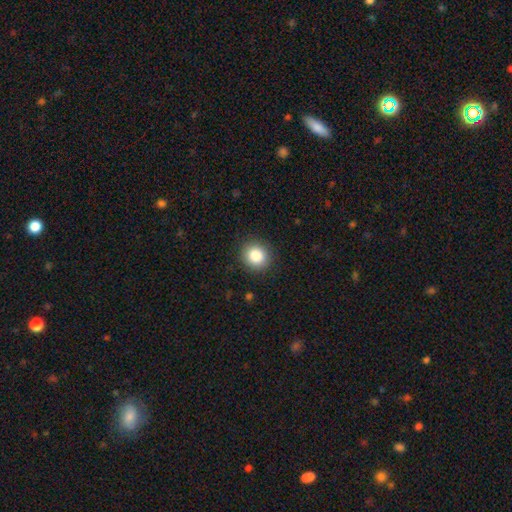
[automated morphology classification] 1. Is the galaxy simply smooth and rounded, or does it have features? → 84% smooth, 10% star or artifact, 5% featured or disk.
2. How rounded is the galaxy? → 89% round, 10% in between, 1% cigar-shaped.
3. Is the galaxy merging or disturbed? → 91% none, 6% minor disturbance, 2% major disturbance, 1% merger.